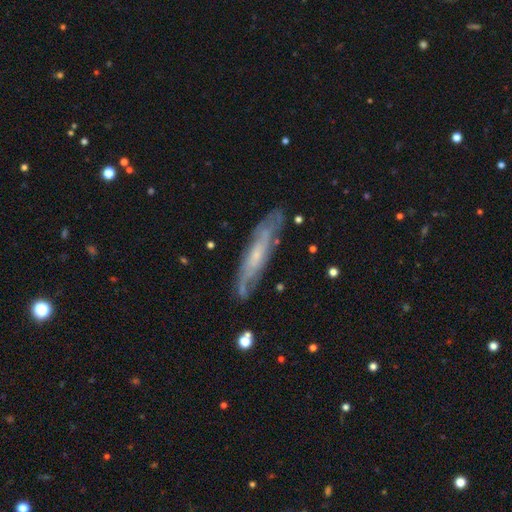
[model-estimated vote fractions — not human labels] Q: Smooth or featured?
A: featured or disk (72%); runner-up: smooth (22%)
Q: Edge-on disk?
A: no (55%); runner-up: yes (45%)
Q: Merging?
A: none (77%); runner-up: minor disturbance (16%)